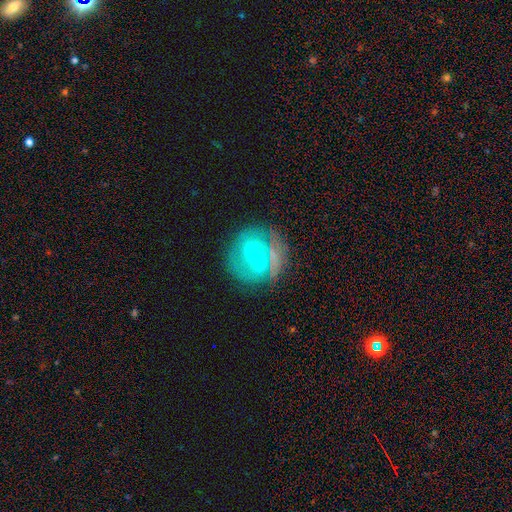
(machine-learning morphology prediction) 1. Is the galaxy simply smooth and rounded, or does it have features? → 73% featured or disk, 18% smooth, 8% star or artifact.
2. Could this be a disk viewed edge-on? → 96% no, 4% yes.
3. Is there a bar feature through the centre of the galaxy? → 49% weak, 29% strong, 22% no.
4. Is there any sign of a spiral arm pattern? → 84% yes, 16% no.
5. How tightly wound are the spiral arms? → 42% medium (tied), 42% tight (tied), 17% loose.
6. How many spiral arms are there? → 61% 2, 20% can't tell, 7% 3, 6% 1, 3% 4, 2% more than 4.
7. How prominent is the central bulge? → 65% small, 29% moderate, 3% none, 2% large, 1% dominant.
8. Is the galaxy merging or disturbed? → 69% none, 16% minor disturbance, 8% major disturbance, 6% merger.